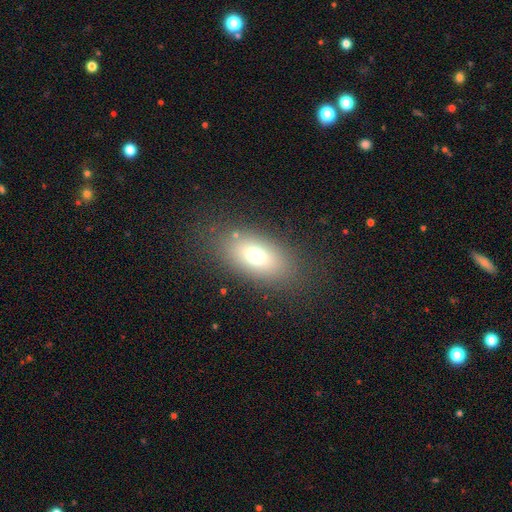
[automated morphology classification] type=smooth (70%); roundness=in between (84%); merging=none (81%).